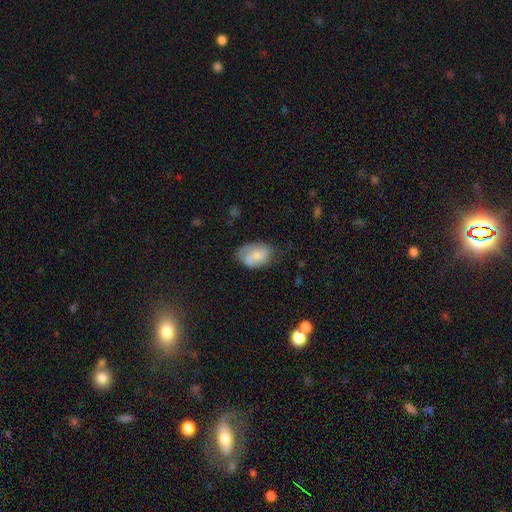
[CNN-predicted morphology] smooth_or_featured: smooth (p=0.61) [alt: featured or disk p=0.31]
how_rounded: in between (p=0.86) [alt: round p=0.13]
merging: none (p=0.51) [alt: minor disturbance p=0.31]